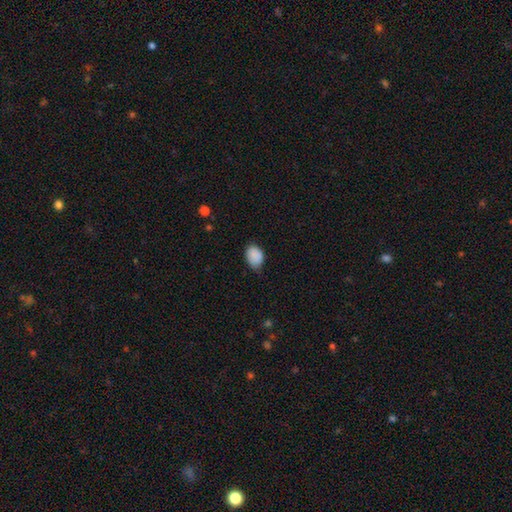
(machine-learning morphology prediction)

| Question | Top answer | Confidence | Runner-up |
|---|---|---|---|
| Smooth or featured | smooth | 88% | star or artifact (7%) |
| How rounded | in between | 75% | round (24%) |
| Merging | none | 62% | minor disturbance (32%) |